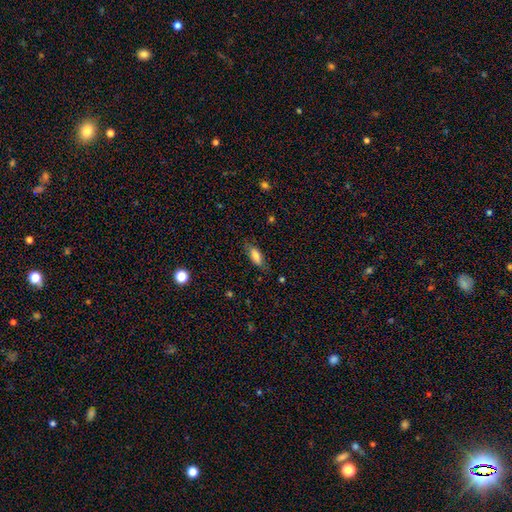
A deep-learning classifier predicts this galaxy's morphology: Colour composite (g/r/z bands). It shows a smooth galaxy with no disk features (78%) that is in between round and cigar-shaped (72%). Merging: none (76%).